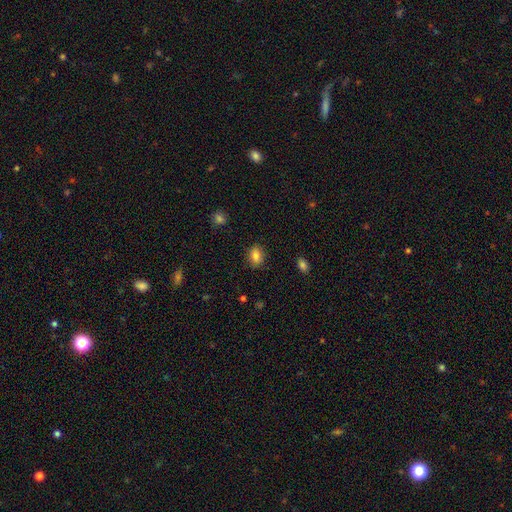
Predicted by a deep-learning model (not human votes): The model was most divided on "how rounded": in between: 71%, round: 27%, cigar-shaped: 2%. More confident: merging — none (85%); smooth or featured — smooth (84%).